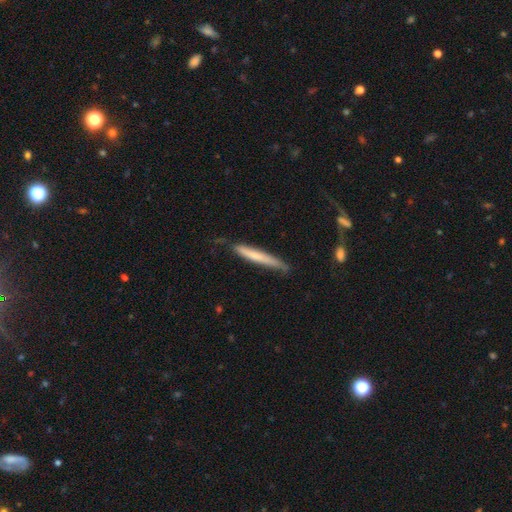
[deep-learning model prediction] A smooth galaxy with no disk features (60%) that is cigar-shaped (96%). Merging: none (70%).